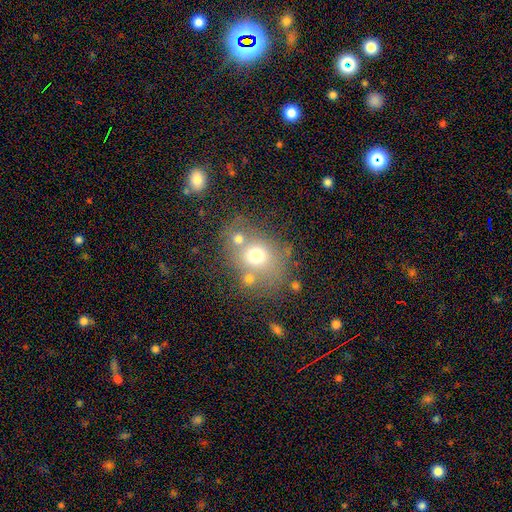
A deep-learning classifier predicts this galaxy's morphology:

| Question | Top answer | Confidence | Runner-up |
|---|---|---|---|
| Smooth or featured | smooth | 64% | featured or disk (20%) |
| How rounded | round | 66% | in between (33%) |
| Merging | none | 52% | merger (27%) |